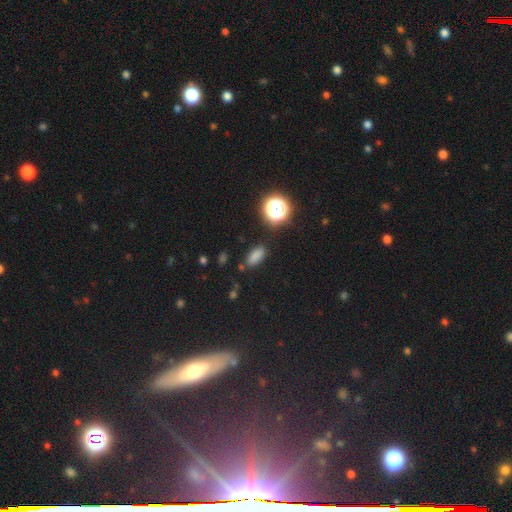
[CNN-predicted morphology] The model was most divided on "smooth or featured": smooth: 79%, star or artifact: 16%, featured or disk: 5%. More confident: how rounded — in between (83%); merging — none (83%).